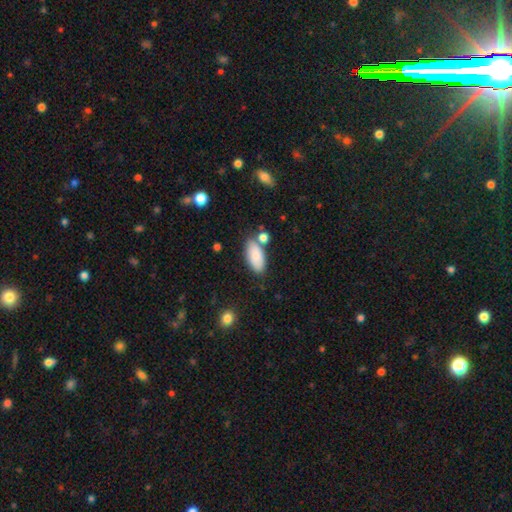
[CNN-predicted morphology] Smooth or featured?
  - smooth: 86% *
  - featured or disk: 7%
  - star or artifact: 7%
How rounded?
  - in between: 89% *
  - cigar-shaped: 8%
  - round: 2%
Merging?
  - none: 69% *
  - minor disturbance: 15%
  - merger: 12%
  - major disturbance: 4%